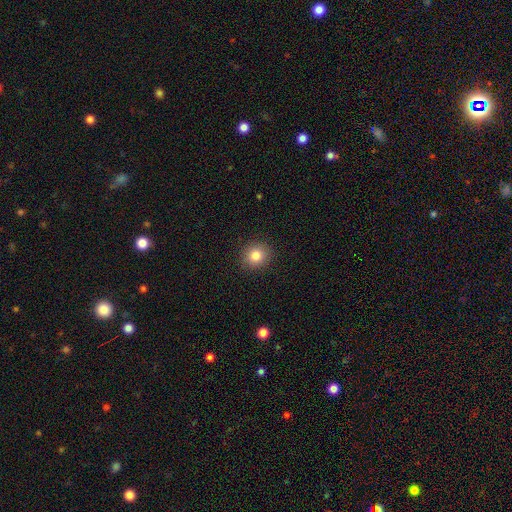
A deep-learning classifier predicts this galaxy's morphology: Smooth or featured: smooth — 82% (star or artifact — 11%)
How rounded: round — 84% (in between — 15%)
Merging: none — 91% (minor disturbance — 6%)